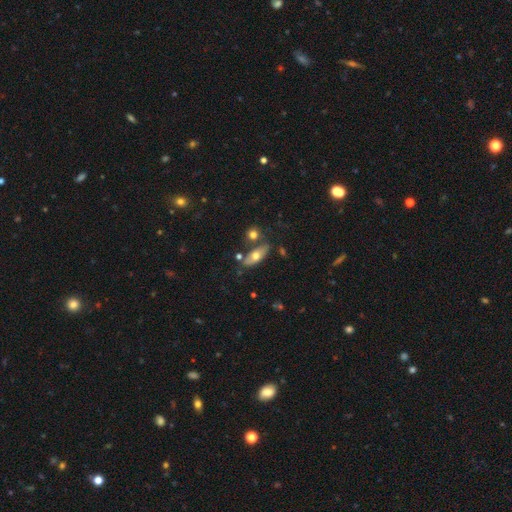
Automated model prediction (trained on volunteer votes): Smooth or featured: smooth — 58% (featured or disk — 35%)
How rounded: in between — 74% (cigar-shaped — 22%)
Merging: none — 71% (minor disturbance — 14%)